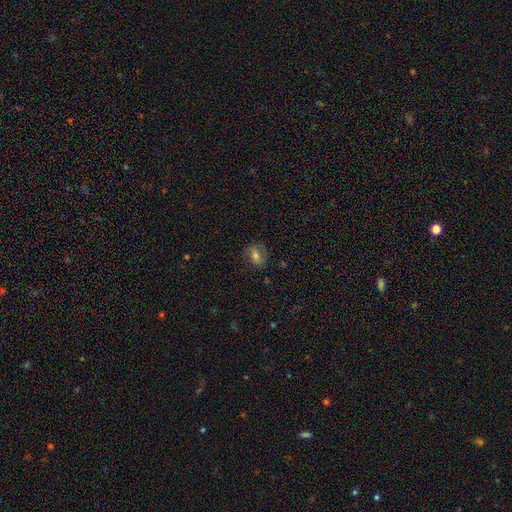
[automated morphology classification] Smooth or featured? smooth (57%)
How rounded? in between (66%)
Merging? none (75%)